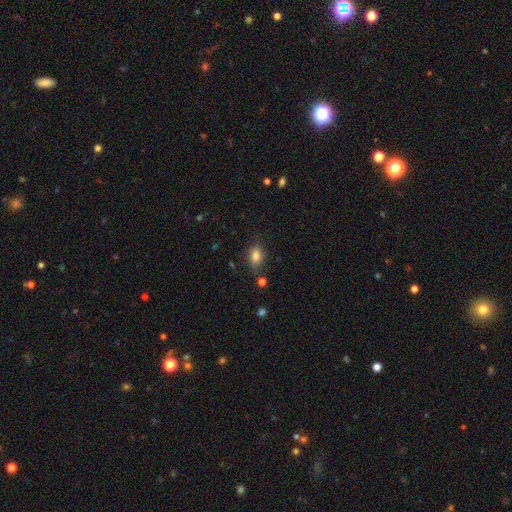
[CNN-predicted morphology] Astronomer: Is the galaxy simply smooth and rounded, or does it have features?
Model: smooth — 83%.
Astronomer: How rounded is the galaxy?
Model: in between — 80%.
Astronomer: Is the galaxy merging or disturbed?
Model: none — 77%.